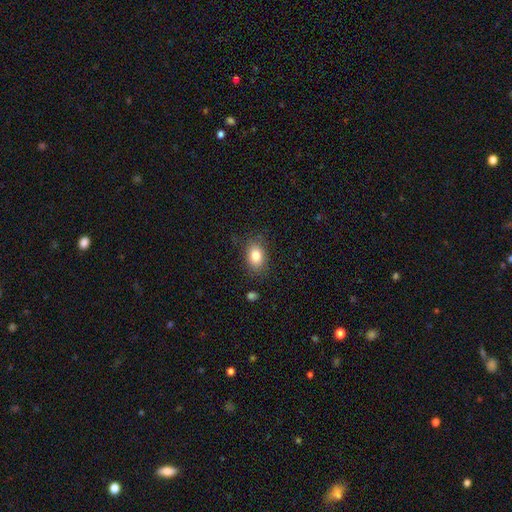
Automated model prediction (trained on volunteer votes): This appears to be a smooth galaxy with no disk features (83%) that is in between round and cigar-shaped (77%). Merging: none (81%).